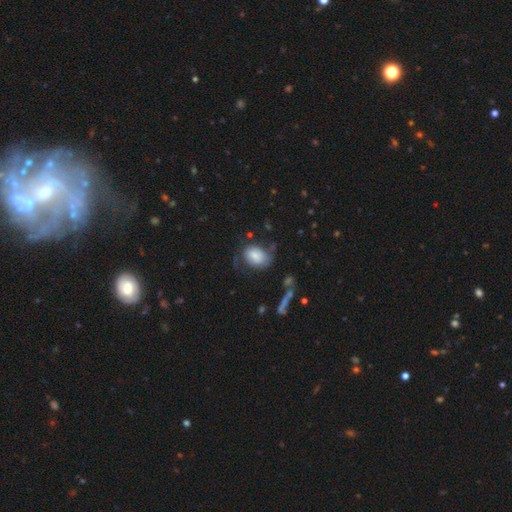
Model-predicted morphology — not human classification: Smooth or featured? Predicted: smooth (p=0.65). How rounded? Predicted: in between (p=0.71). Merging? Predicted: none (p=0.43).